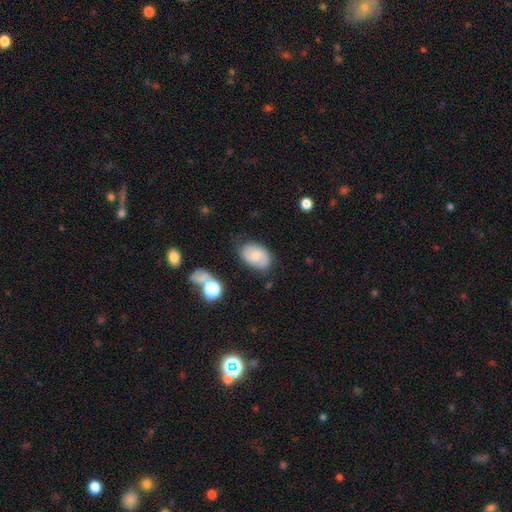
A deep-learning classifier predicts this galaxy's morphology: Q: Smooth or featured?
A: smooth (62%); runner-up: featured or disk (30%)
Q: How rounded?
A: in between (86%); runner-up: round (13%)
Q: Merging?
A: none (74%); runner-up: minor disturbance (18%)